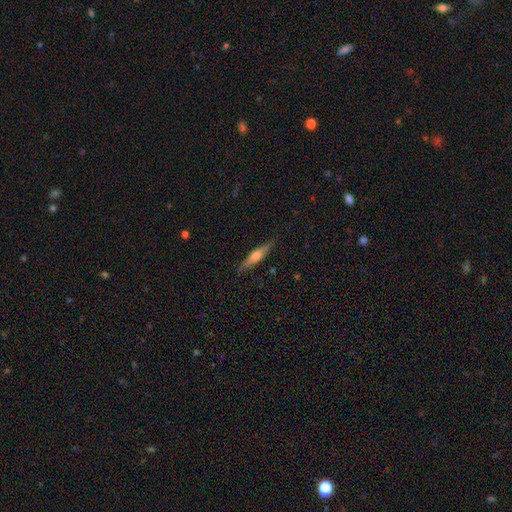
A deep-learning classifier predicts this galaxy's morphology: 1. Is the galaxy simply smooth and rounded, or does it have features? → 50% featured or disk, 44% smooth, 6% star or artifact.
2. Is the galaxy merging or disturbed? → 87% none, 9% minor disturbance, 2% major disturbance, 1% merger.